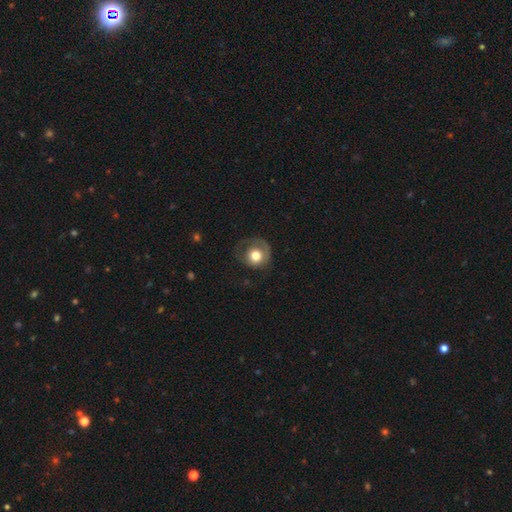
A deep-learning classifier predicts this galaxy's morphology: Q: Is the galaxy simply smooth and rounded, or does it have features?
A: smooth — 62%.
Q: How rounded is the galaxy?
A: round — 86%.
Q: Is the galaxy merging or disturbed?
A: none — 51%.